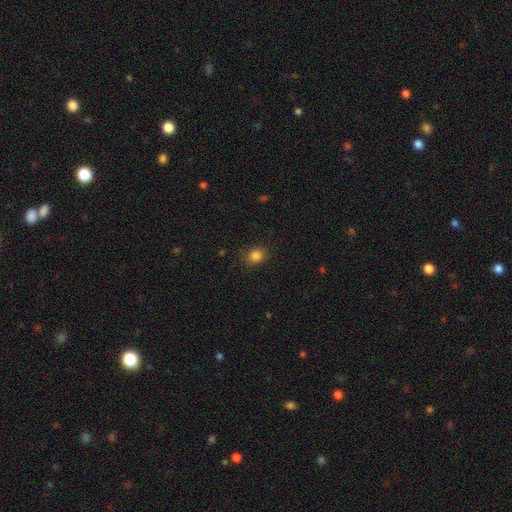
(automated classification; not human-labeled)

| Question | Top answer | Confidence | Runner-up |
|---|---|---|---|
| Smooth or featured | smooth | 83% | star or artifact (12%) |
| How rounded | round | 67% | in between (32%) |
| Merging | none | 86% | minor disturbance (10%) |